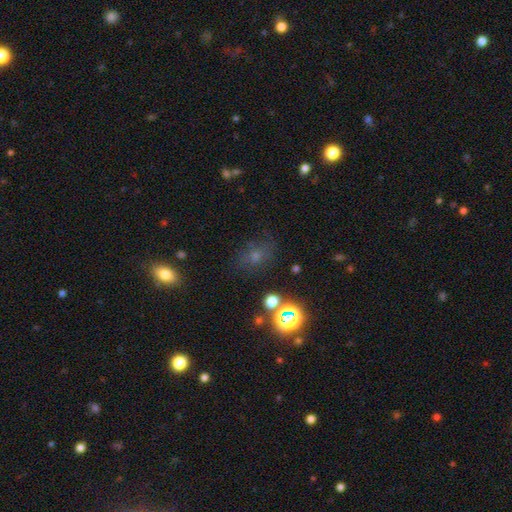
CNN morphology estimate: This is possibly a smooth galaxy (54%). How rounded: possibly in between (49%, tied with round). Merging: likely none (68%).